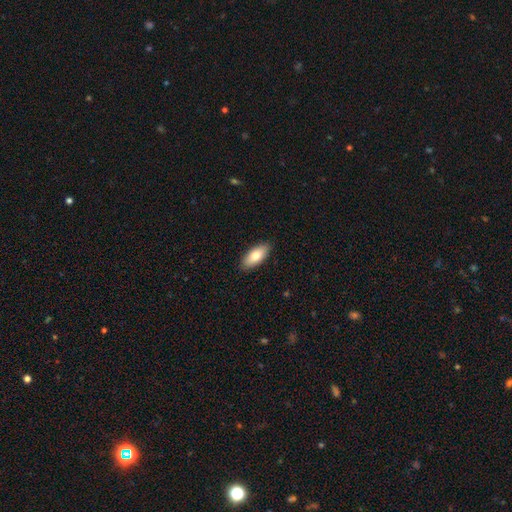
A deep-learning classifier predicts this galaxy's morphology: The model was most divided on "smooth or featured": smooth: 77%, featured or disk: 17%, star or artifact: 6%. More confident: merging — none (89%); how rounded — in between (87%).